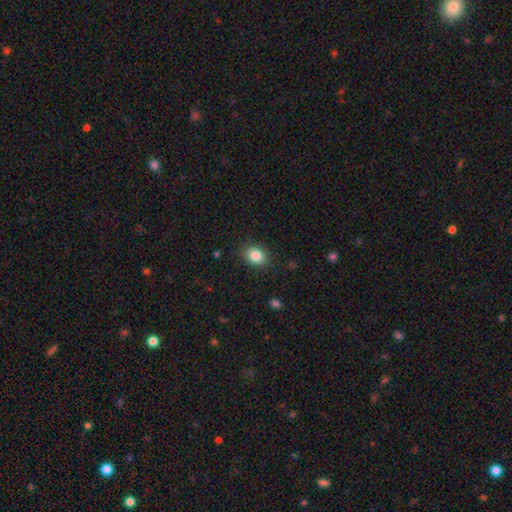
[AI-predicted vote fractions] The model was most divided on "how rounded": in between: 56%, round: 43%, cigar-shaped: 1%. More confident: merging — none (86%); smooth or featured — smooth (84%).